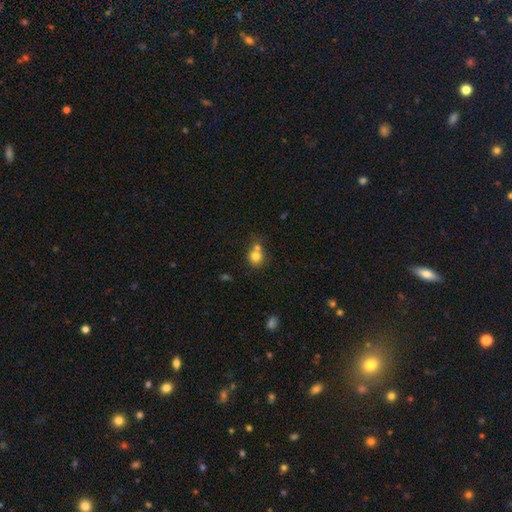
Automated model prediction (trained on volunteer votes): Smooth or featured? Predicted: smooth (p=0.77). How rounded? Predicted: round (p=0.82). Merging? Predicted: merger (p=0.45).